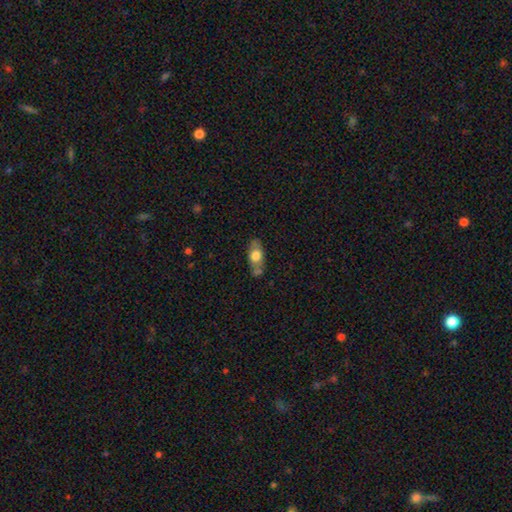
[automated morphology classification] A smooth galaxy with no disk features (65%) that is in between round and cigar-shaped (81%). Merging: none (61%).